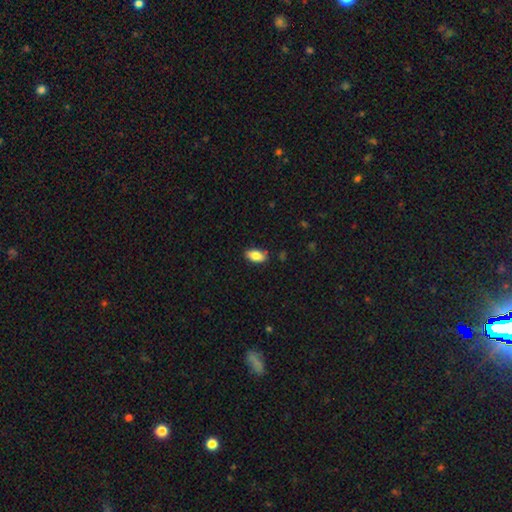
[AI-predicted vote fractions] This is clearly a smooth galaxy (83%). How rounded: clearly in between (91%). Merging: clearly none (85%).